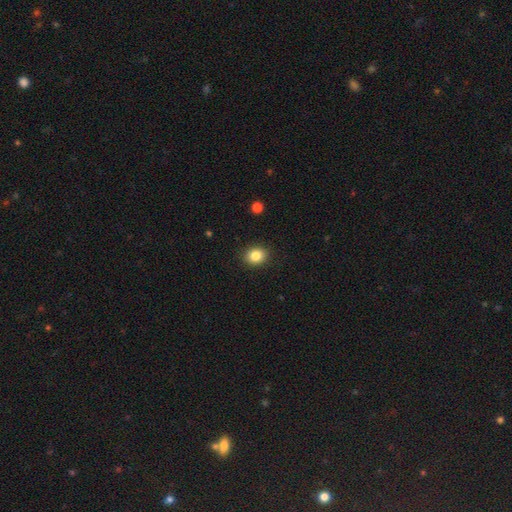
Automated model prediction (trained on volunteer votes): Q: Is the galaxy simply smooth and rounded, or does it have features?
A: smooth — 84%.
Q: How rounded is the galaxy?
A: round — 53%.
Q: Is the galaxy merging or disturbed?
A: none — 89%.